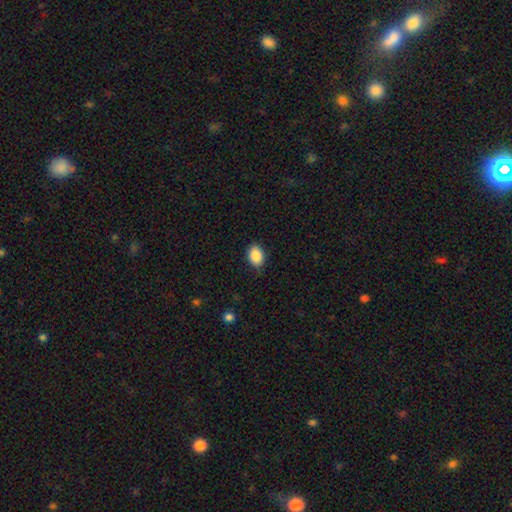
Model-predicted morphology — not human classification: smooth-or-featured: smooth: 88% | star or artifact: 8% | featured or disk: 4%
  how-rounded: in between: 73% | round: 26% | cigar-shaped: 1%
  merging: none: 83% | minor disturbance: 13% | major disturbance: 3% | merger: 1%